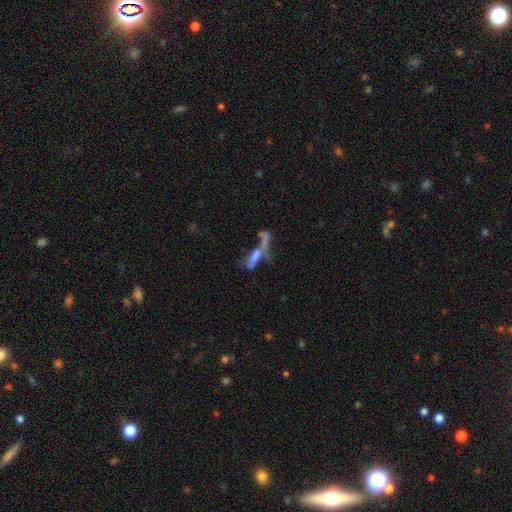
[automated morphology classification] Smooth or featured? Predicted: featured or disk (p=0.46). Merging? Predicted: merger (p=0.49).